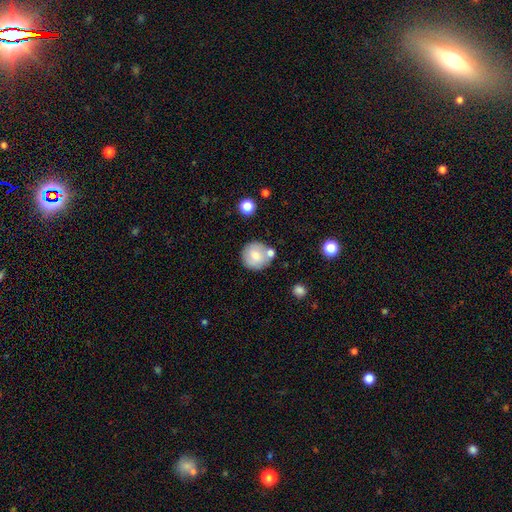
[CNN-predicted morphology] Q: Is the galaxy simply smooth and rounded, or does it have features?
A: smooth — 72%.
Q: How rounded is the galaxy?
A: round — 93%.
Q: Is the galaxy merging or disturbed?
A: none — 69%.